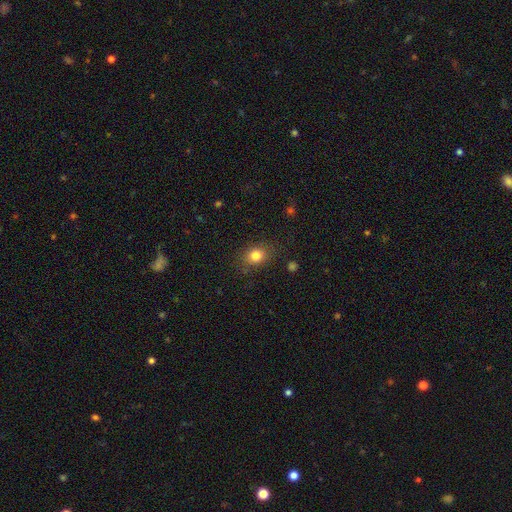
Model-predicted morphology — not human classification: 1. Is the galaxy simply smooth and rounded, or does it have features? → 82% smooth, 11% star or artifact, 7% featured or disk.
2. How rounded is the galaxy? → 53% round, 46% in between, 1% cigar-shaped.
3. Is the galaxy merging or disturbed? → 80% none, 14% minor disturbance, 5% major disturbance, 2% merger.